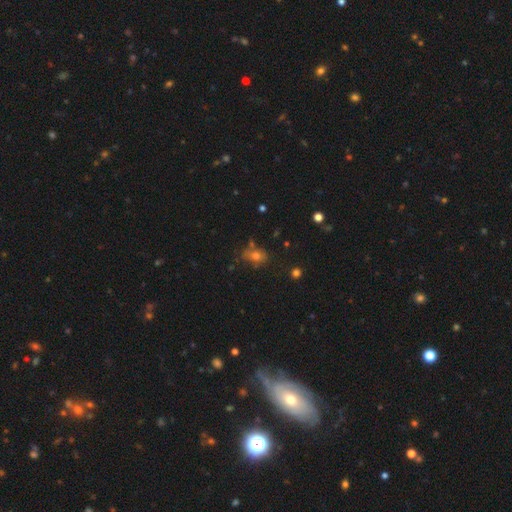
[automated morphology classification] Smooth or featured? smooth (66%)
How rounded? in between (60%)
Merging? none (61%)